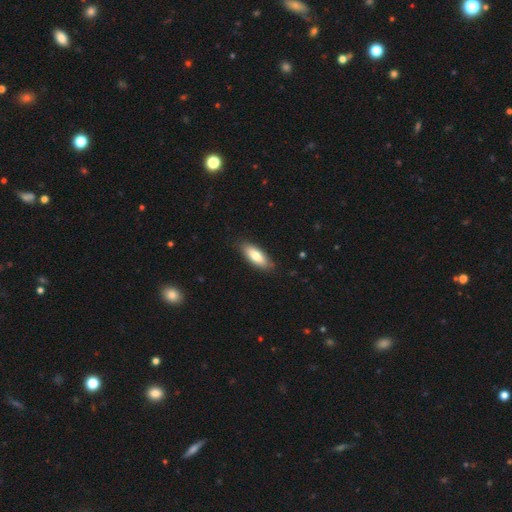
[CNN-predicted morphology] Smooth or featured: smooth — 78% (featured or disk — 17%)
How rounded: in between — 69% (cigar-shaped — 29%)
Merging: none — 85% (minor disturbance — 11%)